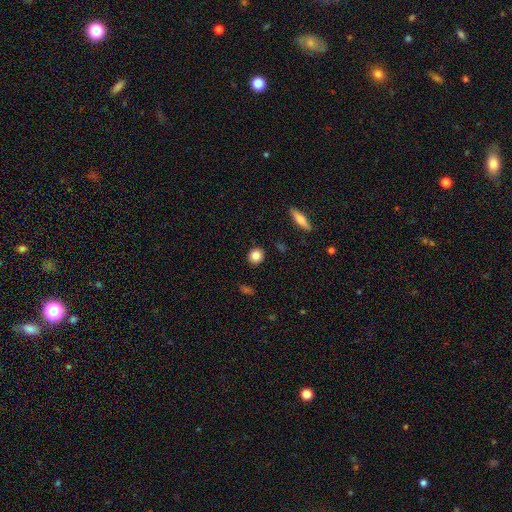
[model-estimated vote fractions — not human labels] Smooth or featured: smooth — 84% (star or artifact — 9%)
How rounded: round — 82% (in between — 17%)
Merging: none — 90% (minor disturbance — 6%)